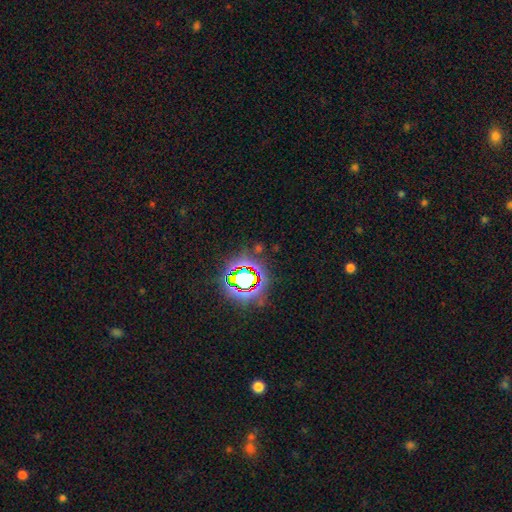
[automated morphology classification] This is likely a star or artifact rather than a galaxy (79%).